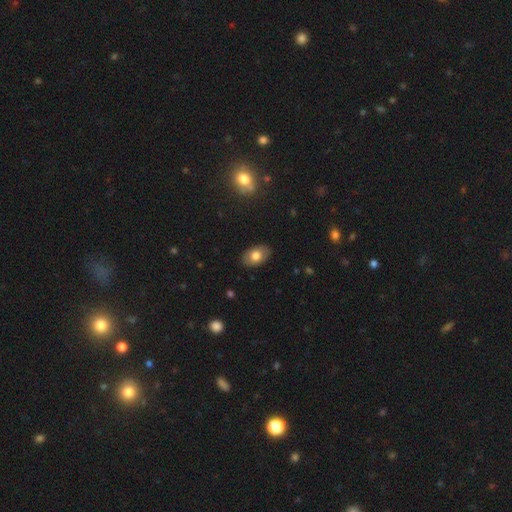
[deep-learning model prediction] Q: Smooth or featured?
A: smooth (74%); runner-up: featured or disk (19%)
Q: How rounded?
A: in between (89%); runner-up: round (10%)
Q: Merging?
A: none (86%); runner-up: minor disturbance (11%)